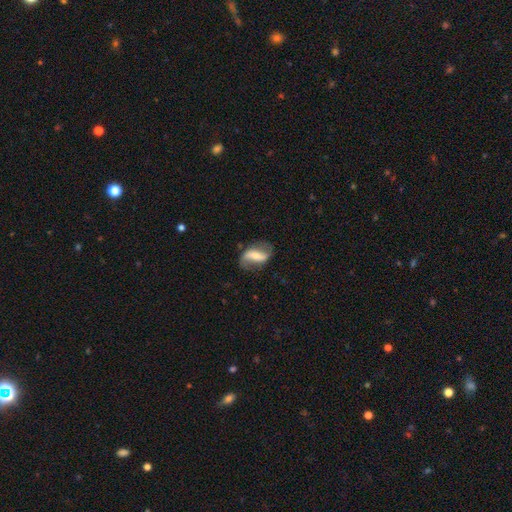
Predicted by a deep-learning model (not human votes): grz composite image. It shows a featured or disk galaxy (69%) with a strong bar (53%), 2 (88%) loose (66%) spiral arms (84%) and a moderate central bulge (38%). Merging: none (70%).